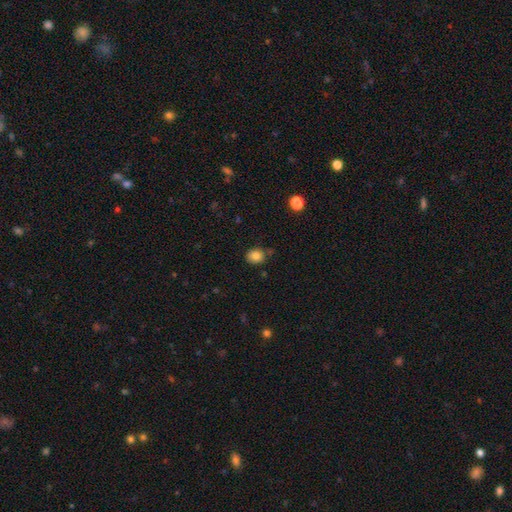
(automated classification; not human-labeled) Morphology: type=smooth (84%); roundness=round (57%); merging=none (75%).